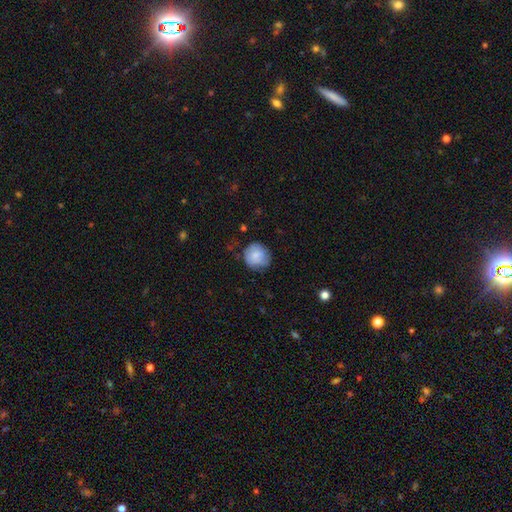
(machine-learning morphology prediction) Overall: smooth (76%). How rounded: round (88%). Merging: none (67%).